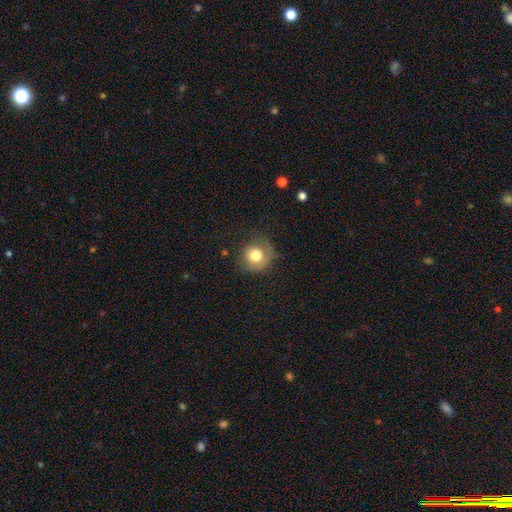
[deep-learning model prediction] Q: Smooth or featured?
A: smooth (75%); runner-up: featured or disk (16%)
Q: How rounded?
A: round (90%); runner-up: in between (9%)
Q: Merging?
A: none (65%); runner-up: minor disturbance (23%)